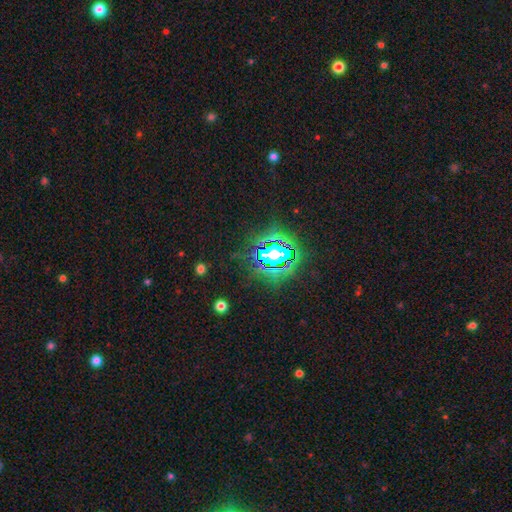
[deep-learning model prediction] A star or artifact, not a galaxy (83%).

Vote fractions:
- Smooth or featured? star or artifact: 83% / smooth: 10% / featured or disk: 7%